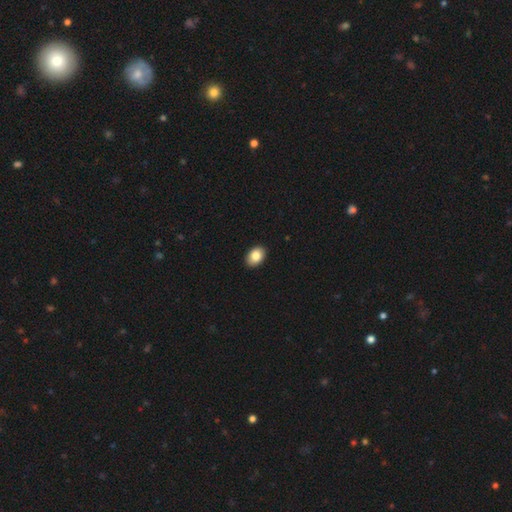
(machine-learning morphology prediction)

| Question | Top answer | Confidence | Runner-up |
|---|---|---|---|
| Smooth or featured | smooth | 85% | featured or disk (8%) |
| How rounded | in between | 85% | round (14%) |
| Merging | none | 91% | minor disturbance (7%) |